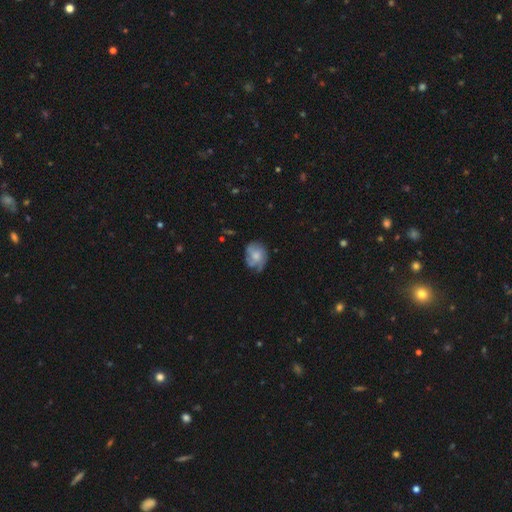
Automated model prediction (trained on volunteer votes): Smooth or featured? smooth (48%)
Merging? none (59%)